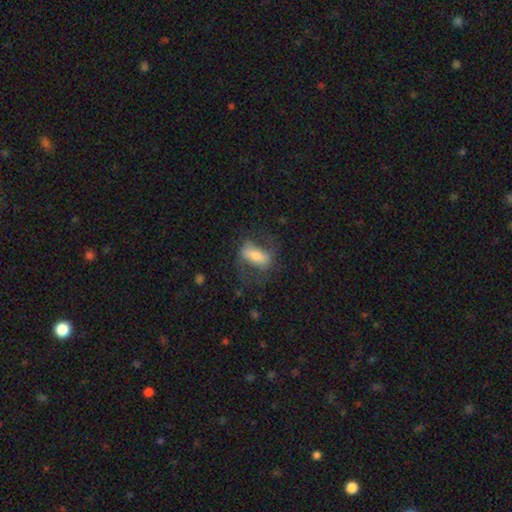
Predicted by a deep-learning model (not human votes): Smooth or featured: smooth — 50% (featured or disk — 41%)
How rounded: in between — 72% (cigar-shaped — 22%)
Merging: none — 59% (major disturbance — 20%)